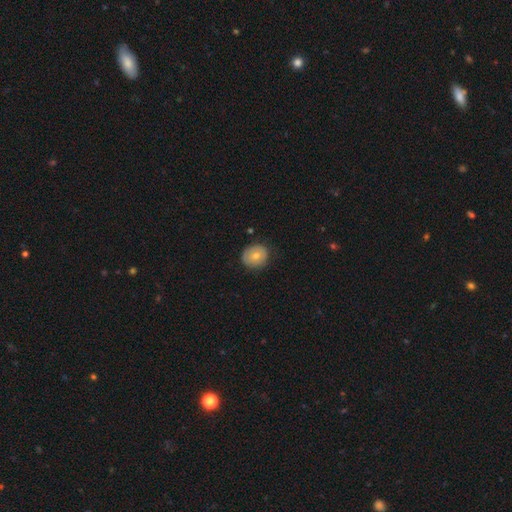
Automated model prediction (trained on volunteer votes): smooth 72%, featured or disk 20%, star or artifact 8%. Down the decision tree: how rounded — round (77%); merging — none (79%).